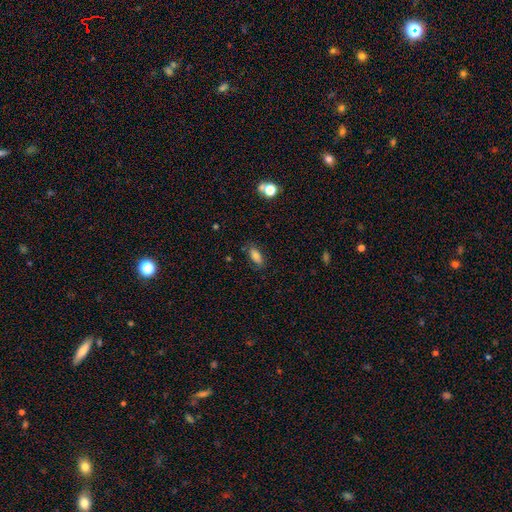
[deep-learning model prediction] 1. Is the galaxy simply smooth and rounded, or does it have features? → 79% smooth, 12% featured or disk, 9% star or artifact.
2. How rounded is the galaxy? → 83% in between, 13% cigar-shaped, 4% round.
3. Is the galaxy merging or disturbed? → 79% none, 15% minor disturbance, 4% major disturbance, 2% merger.